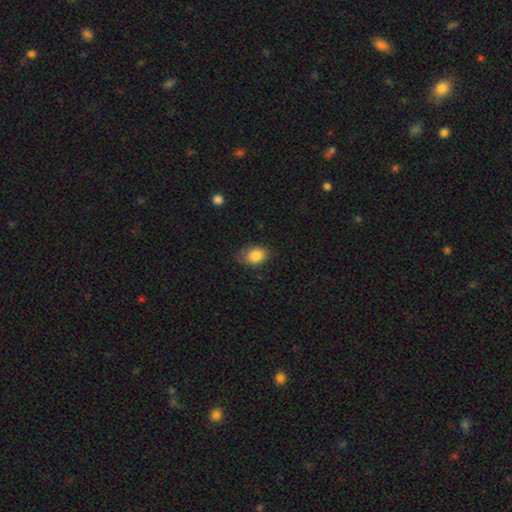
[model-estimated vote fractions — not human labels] Morphology: type=smooth (85%); roundness=in between (74%); merging=none (64%).